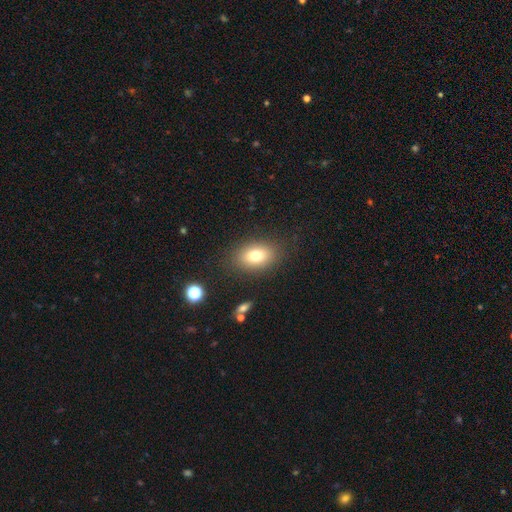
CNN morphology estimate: Smooth or featured?
  - smooth: 77% *
  - featured or disk: 12%
  - star or artifact: 10%
How rounded?
  - in between: 82% *
  - round: 17%
  - cigar-shaped: 2%
Merging?
  - none: 84% *
  - minor disturbance: 10%
  - major disturbance: 4%
  - merger: 2%